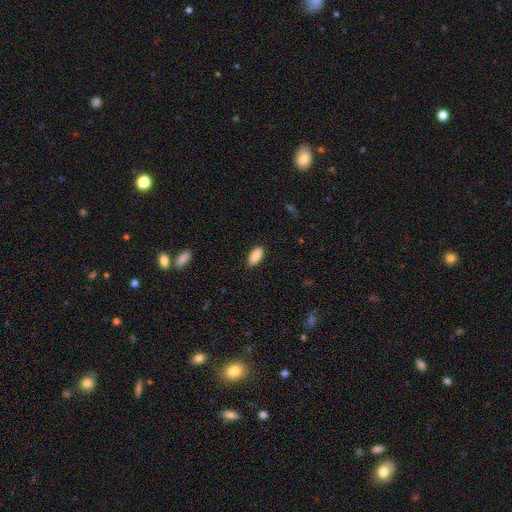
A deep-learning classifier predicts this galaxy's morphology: type=smooth (88%); roundness=in between (84%); merging=none (84%).